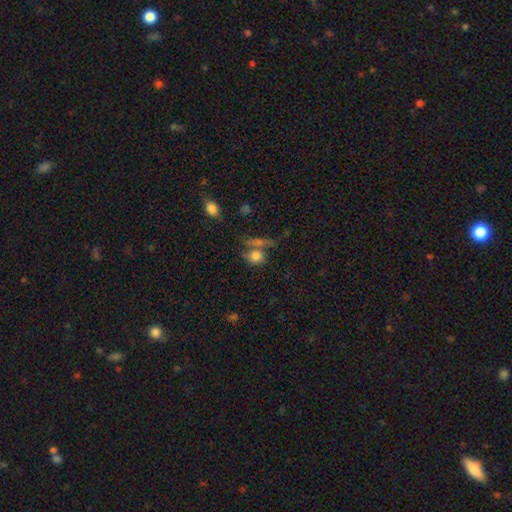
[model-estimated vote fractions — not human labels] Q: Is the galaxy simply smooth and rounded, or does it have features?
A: smooth — 75%.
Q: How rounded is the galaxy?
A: round — 61%.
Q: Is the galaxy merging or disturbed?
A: none — 47%.